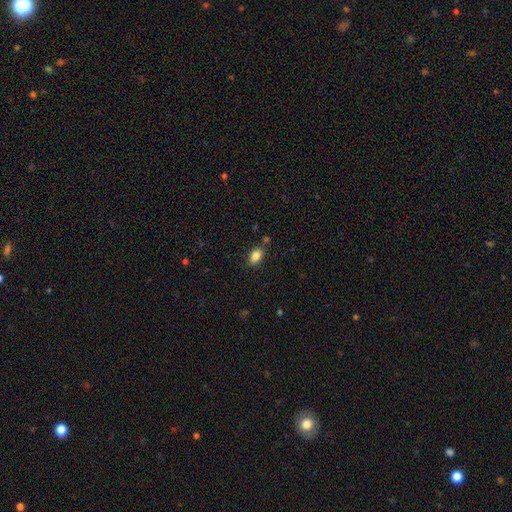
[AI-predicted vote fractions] This appears to be a smooth galaxy with no disk features (86%) that is in between round and cigar-shaped (86%). Merging: none (80%).